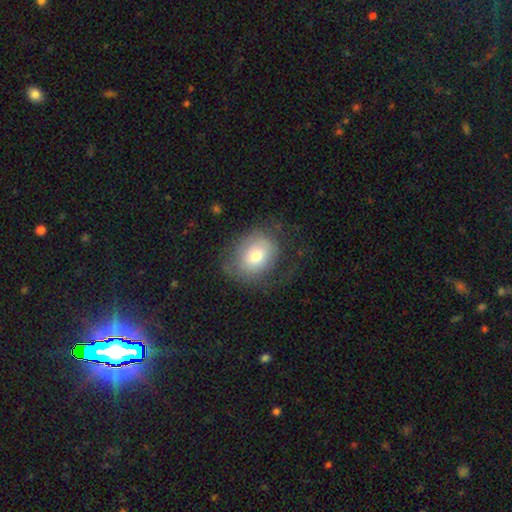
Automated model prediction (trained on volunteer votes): smooth-or-featured: smooth: 67% | featured or disk: 24% | star or artifact: 9%
  how-rounded: round: 57% | in between: 42% | cigar-shaped: 1%
  merging: none: 57% | minor disturbance: 22% | major disturbance: 20% | merger: 1%